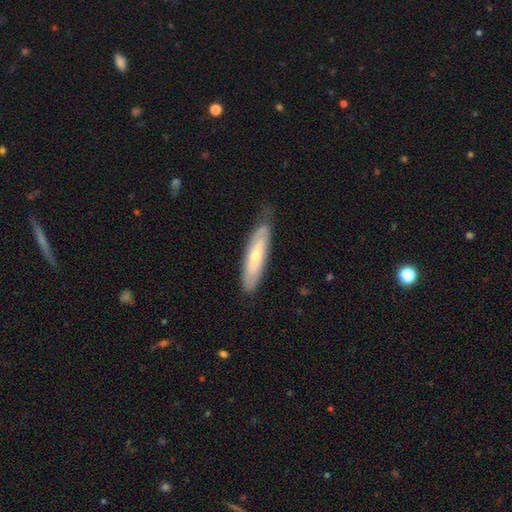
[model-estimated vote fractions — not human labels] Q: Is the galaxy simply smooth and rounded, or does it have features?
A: featured or disk — 49%.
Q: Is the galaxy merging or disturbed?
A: none — 67%.